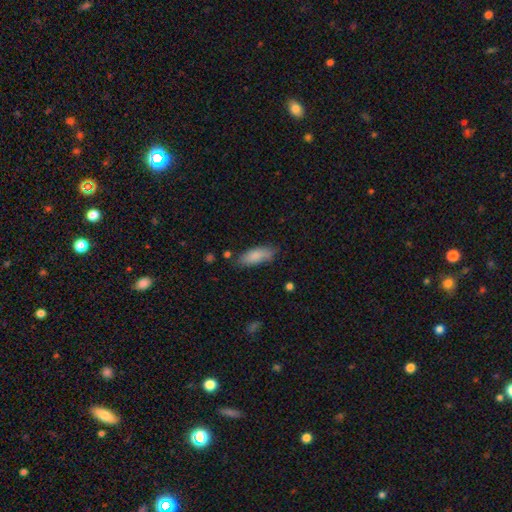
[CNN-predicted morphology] type=smooth (84%); roundness=in between (72%); merging=none (73%).